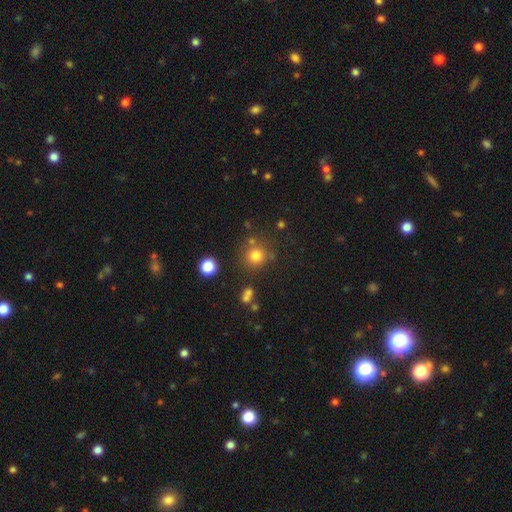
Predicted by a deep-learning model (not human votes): This appears to be a smooth galaxy with no disk features (77%) that is round (91%). Merging: none (77%).